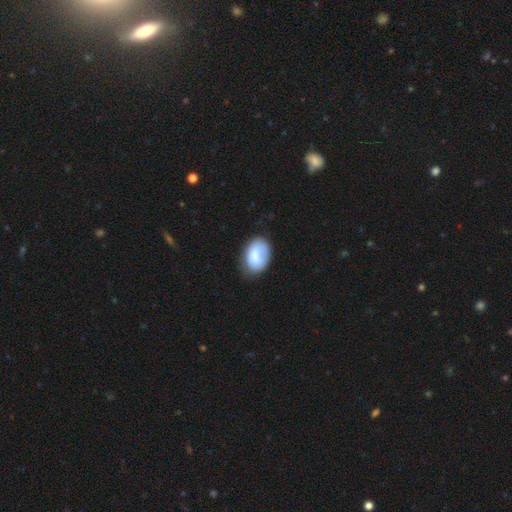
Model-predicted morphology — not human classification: Q: Smooth or featured?
A: smooth (78%); runner-up: featured or disk (16%)
Q: How rounded?
A: in between (86%); runner-up: round (13%)
Q: Merging?
A: none (66%); runner-up: minor disturbance (25%)